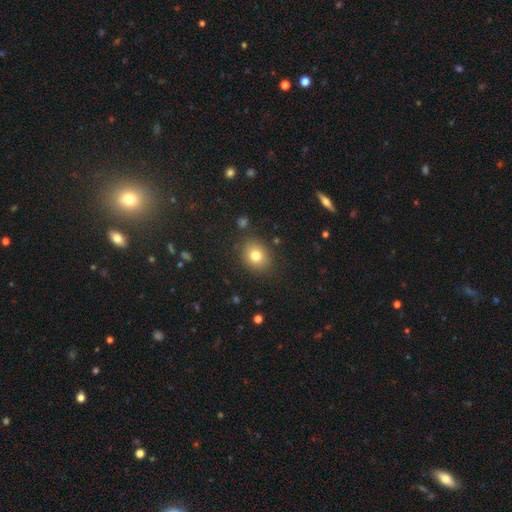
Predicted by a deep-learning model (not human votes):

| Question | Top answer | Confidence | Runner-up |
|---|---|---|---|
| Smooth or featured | smooth | 79% | star or artifact (12%) |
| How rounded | round | 56% | in between (43%) |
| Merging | none | 86% | minor disturbance (9%) |